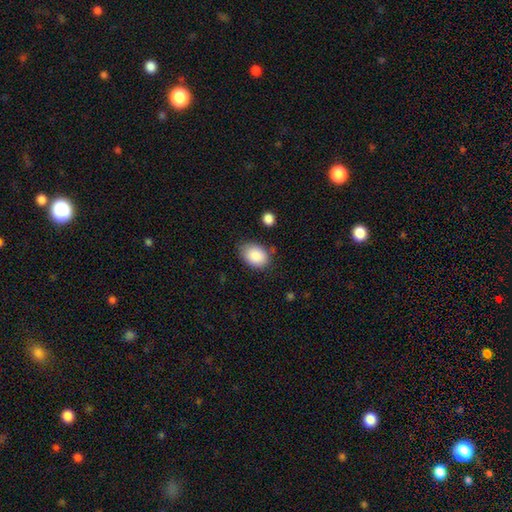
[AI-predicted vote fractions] smooth-or-featured: smooth: 89% | star or artifact: 7% | featured or disk: 4%
  how-rounded: in between: 80% | round: 19% | cigar-shaped: 1%
  merging: none: 74% | minor disturbance: 18% | major disturbance: 4% | merger: 3%